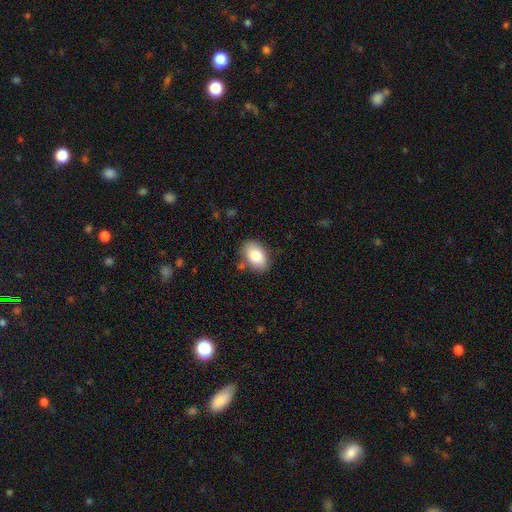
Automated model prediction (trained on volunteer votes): This is clearly a smooth galaxy (84%). How rounded: clearly in between (89%). Merging: likely none (79%).